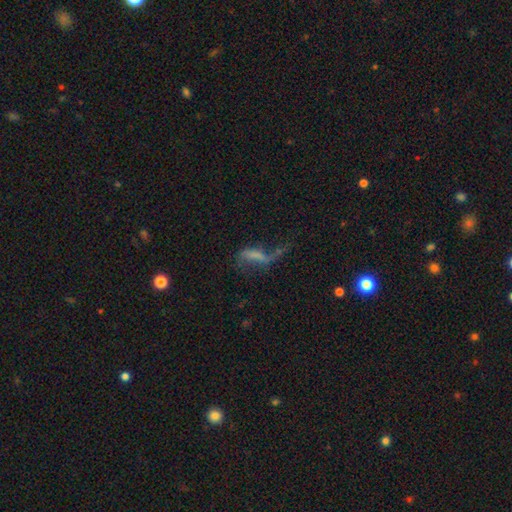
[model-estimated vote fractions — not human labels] This is possibly a featured or disk galaxy (47%). Merging: possibly major disturbance (50%).